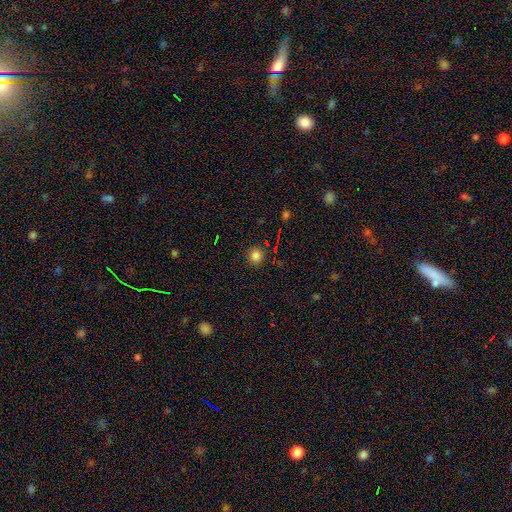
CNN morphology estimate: Q: Smooth or featured?
A: smooth (82%); runner-up: star or artifact (14%)
Q: How rounded?
A: round (91%); runner-up: in between (8%)
Q: Merging?
A: none (89%); runner-up: minor disturbance (7%)